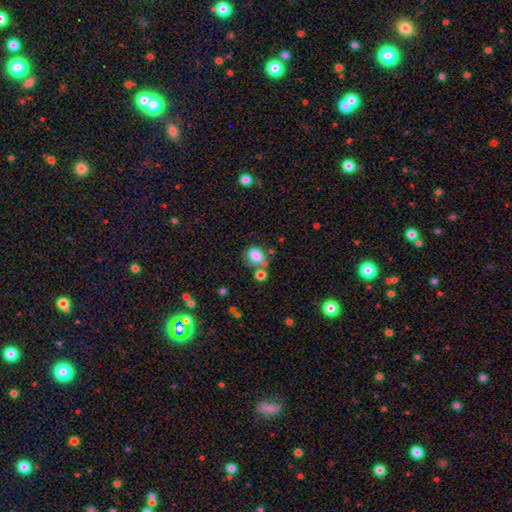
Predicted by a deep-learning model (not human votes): A smooth galaxy with no disk features (79%) that is in between round and cigar-shaped (68%). Merging: none (50%).